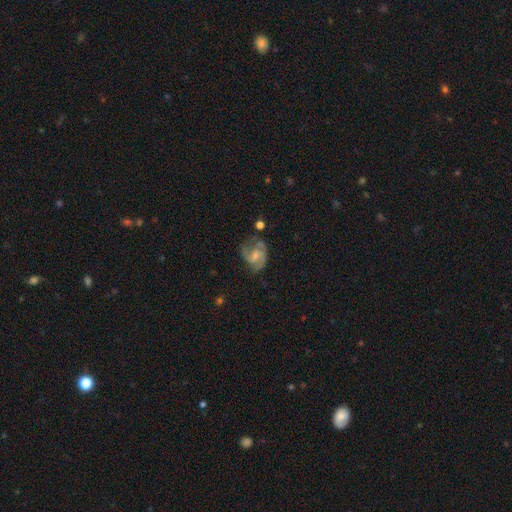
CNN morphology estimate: Overall: featured or disk (74%). Edge-on disk: no (98%). Bar: no (46%; weak 45%). Spiral arms: yes (90%). Spiral arm count: 2 (52%; 3 24%). Spiral winding: medium (52%; tight 24%). Bulge size: small (47%; moderate 36%). Merging: none (51%; minor disturbance 25%).